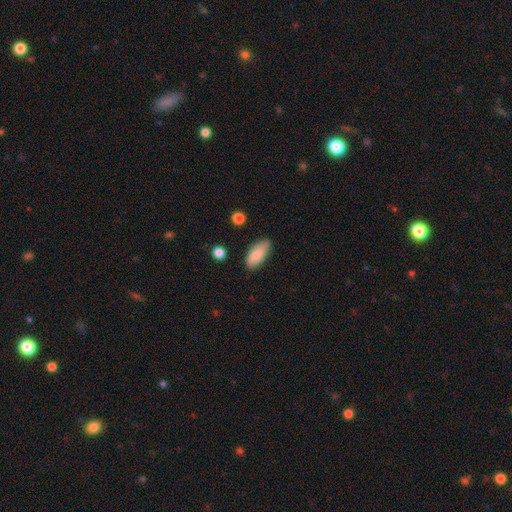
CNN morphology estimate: Smooth or featured? Predicted: smooth (p=0.83). How rounded? Predicted: in between (p=0.87). Merging? Predicted: none (p=0.75).